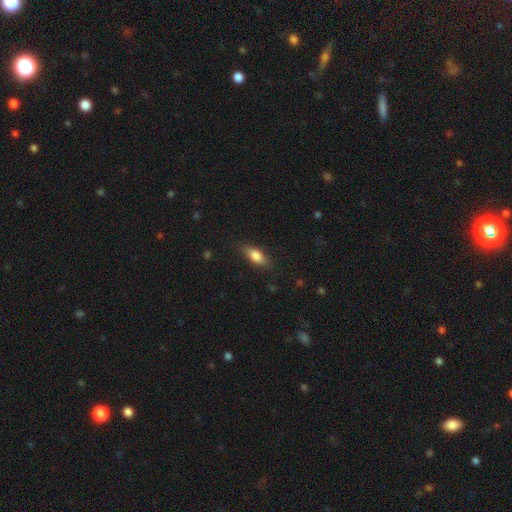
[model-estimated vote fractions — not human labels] A smooth galaxy with no disk features (80%) that is in between round and cigar-shaped (78%).

Vote fractions:
- Smooth or featured? smooth: 80% / featured or disk: 13% / star or artifact: 7%
- How rounded? in between: 78% / cigar-shaped: 18% / round: 4%
- Merging? none: 82% / minor disturbance: 14% / major disturbance: 3% / merger: 1%